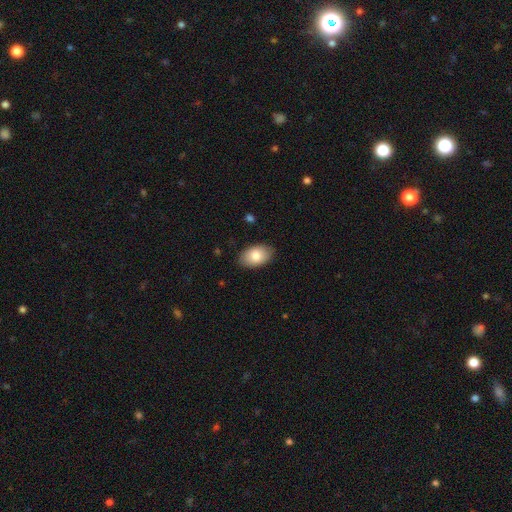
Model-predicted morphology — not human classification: Q: Smooth or featured?
A: smooth (83%); runner-up: featured or disk (11%)
Q: How rounded?
A: in between (92%); runner-up: round (6%)
Q: Merging?
A: none (87%); runner-up: minor disturbance (10%)